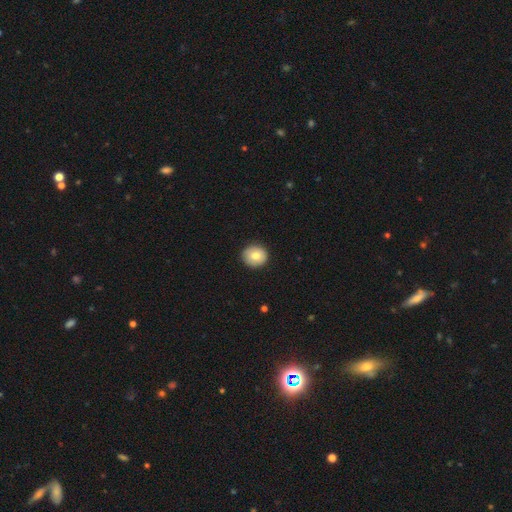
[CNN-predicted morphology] type=smooth (78%); roundness=round (87%); merging=none (89%).